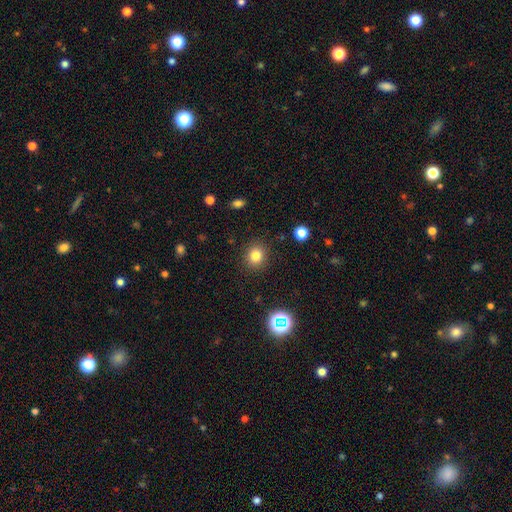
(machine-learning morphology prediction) smooth-or-featured: smooth: 80% | star or artifact: 13% | featured or disk: 6%
  how-rounded: round: 76% | in between: 23% | cigar-shaped: 1%
  merging: none: 89% | minor disturbance: 7% | major disturbance: 3% | merger: 1%